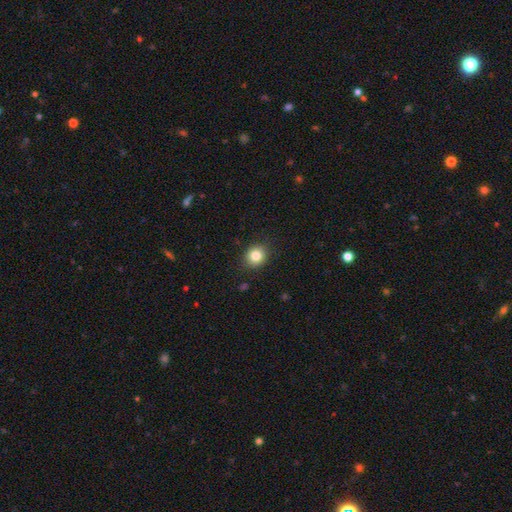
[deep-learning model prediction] smooth_or_featured: smooth (p=0.83) [alt: star or artifact p=0.10]
how_rounded: round (p=0.73) [alt: in between p=0.26]
merging: none (p=0.87) [alt: minor disturbance p=0.09]